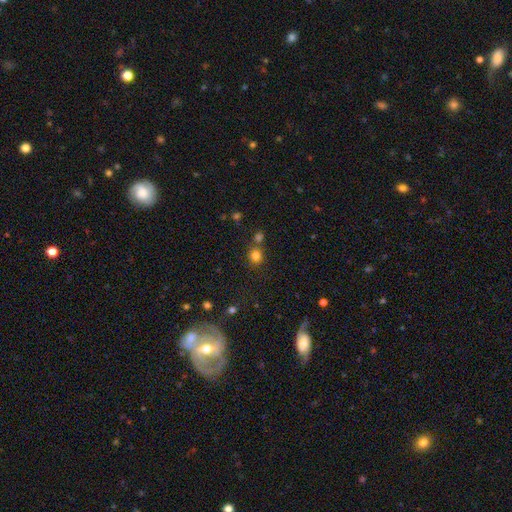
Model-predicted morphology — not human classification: A smooth galaxy with no disk features (79%) that is round (83%). Merging: none (69%).